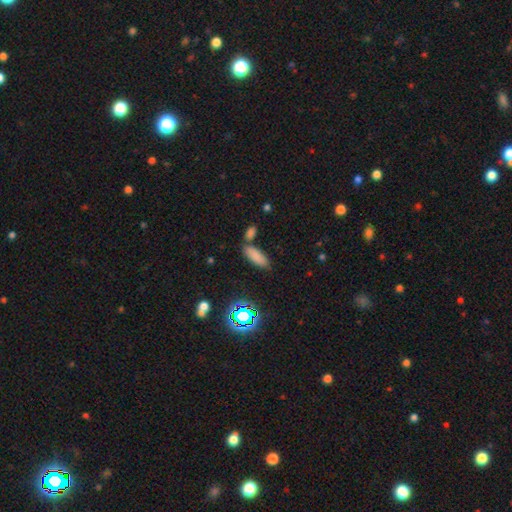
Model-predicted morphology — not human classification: smooth 80%, star or artifact 14%, featured or disk 7%. Down the decision tree: how rounded — in between (65%); merging — none (70%).